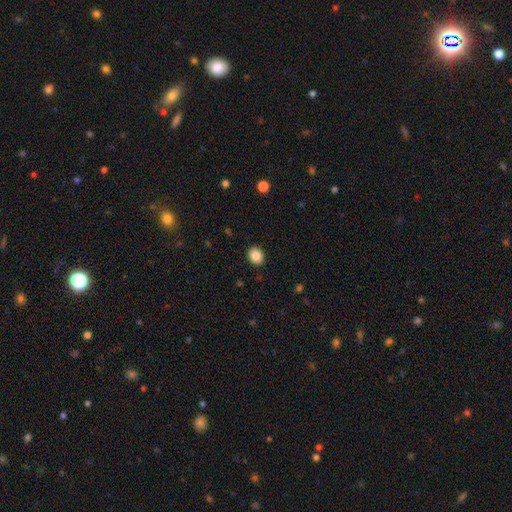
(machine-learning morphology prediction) type=smooth (86%); roundness=round (59%); merging=none (91%).